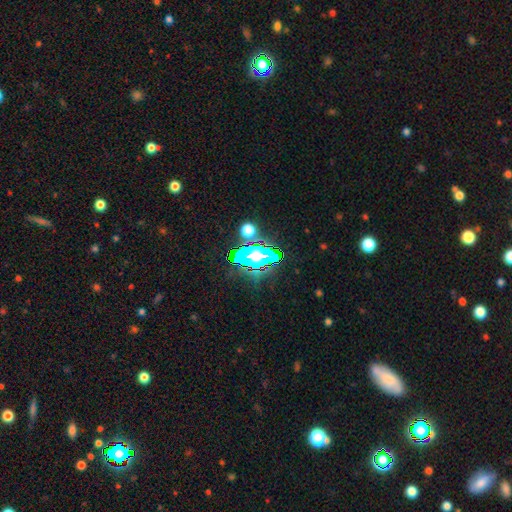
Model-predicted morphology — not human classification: Smooth or featured? star or artifact (52%)